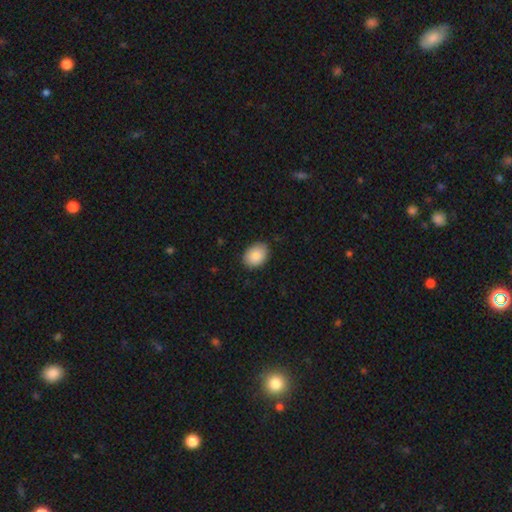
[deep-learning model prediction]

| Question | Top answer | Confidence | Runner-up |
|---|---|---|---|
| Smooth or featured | smooth | 87% | star or artifact (7%) |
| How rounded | in between | 70% | round (29%) |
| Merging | none | 85% | minor disturbance (12%) |